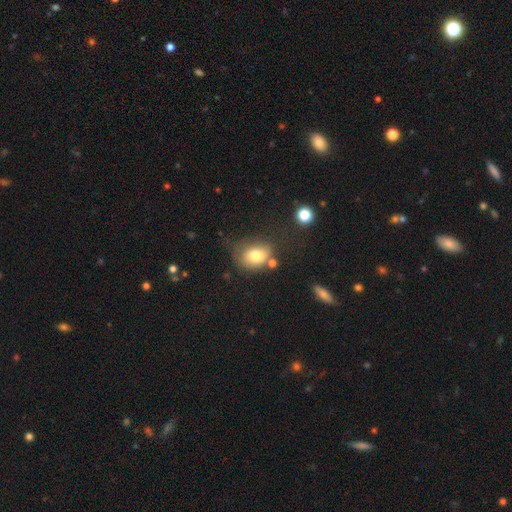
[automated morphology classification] A smooth galaxy with no disk features (76%) that is in between round and cigar-shaped (55%).

Vote fractions:
- Smooth or featured? smooth: 76% / featured or disk: 14% / star or artifact: 10%
- How rounded? in between: 55% / round: 44% / cigar-shaped: 1%
- Merging? none: 51% / minor disturbance: 26% / merger: 12% / major disturbance: 11%